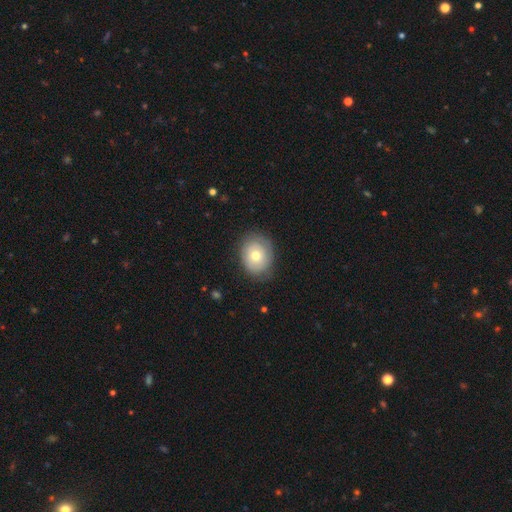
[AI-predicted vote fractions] smooth_or_featured: smooth (p=0.63) [alt: featured or disk p=0.29]
how_rounded: round (p=0.54) [alt: in between p=0.45]
merging: none (p=0.77) [alt: minor disturbance p=0.18]